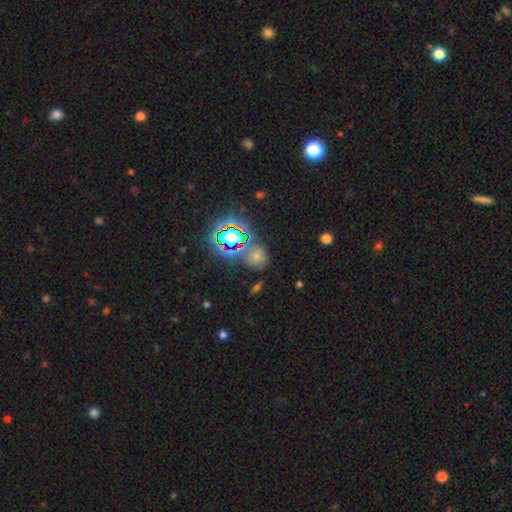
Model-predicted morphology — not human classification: smooth-or-featured: smooth: 48% | star or artifact: 40% | featured or disk: 12%
  merging: none: 66% | minor disturbance: 17% | merger: 9% | major disturbance: 8%